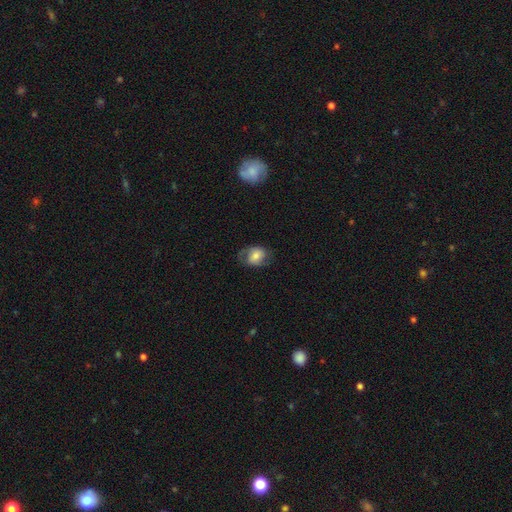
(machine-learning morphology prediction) smooth_or_featured: smooth (p=0.57) [alt: featured or disk p=0.35]
how_rounded: in between (p=0.64) [alt: round p=0.35]
merging: none (p=0.61) [alt: minor disturbance p=0.24]